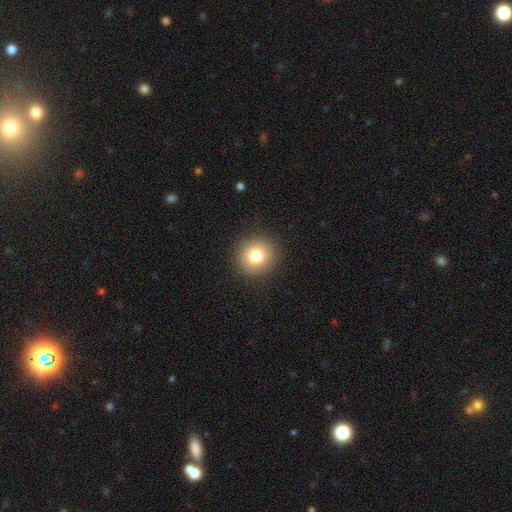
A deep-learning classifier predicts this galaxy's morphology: This is likely a smooth galaxy (80%). How rounded: clearly round (90%). Merging: clearly none (91%).